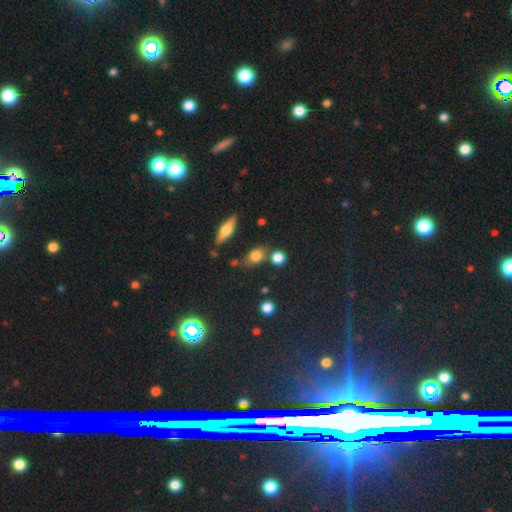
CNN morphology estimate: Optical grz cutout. It shows a smooth galaxy with no disk features (77%) that is round (56%). Merging: none (66%).